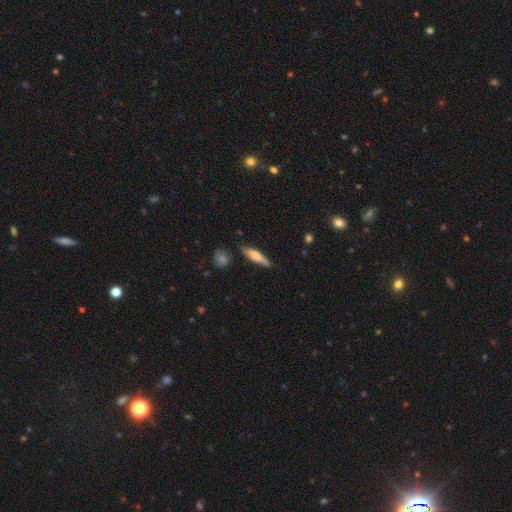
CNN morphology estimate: This is likely a smooth galaxy (67%). How rounded: likely cigar-shaped (77%). Merging: likely none (80%).